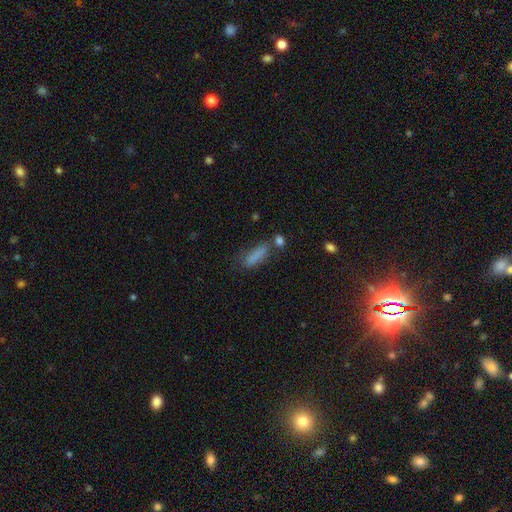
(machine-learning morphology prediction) type=smooth (81%); roundness=cigar-shaped (63%); merging=none (60%).